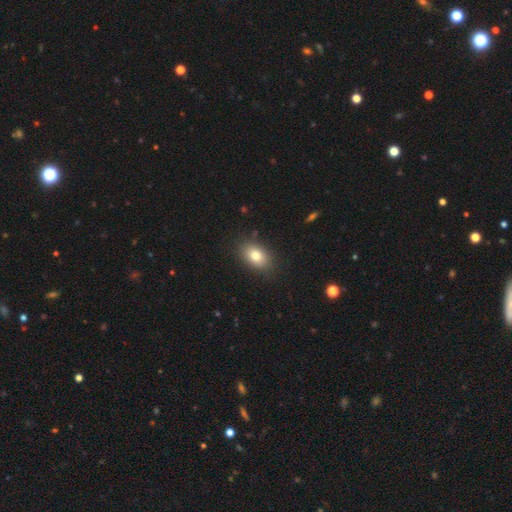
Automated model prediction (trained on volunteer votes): Smooth or featured?
  - smooth: 79% *
  - featured or disk: 11%
  - star or artifact: 10%
How rounded?
  - in between: 80% *
  - round: 19%
  - cigar-shaped: 1%
Merging?
  - none: 86% *
  - minor disturbance: 10%
  - major disturbance: 3%
  - merger: 1%